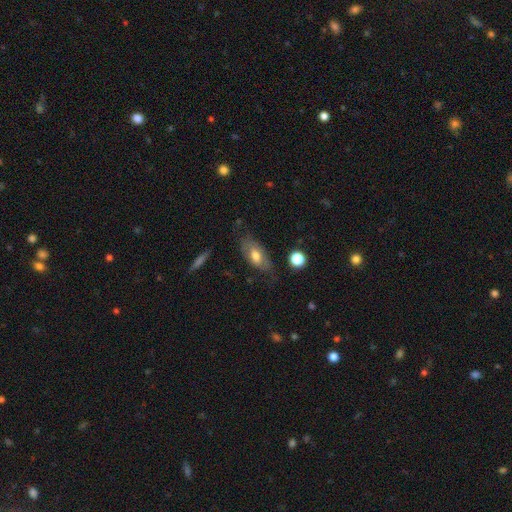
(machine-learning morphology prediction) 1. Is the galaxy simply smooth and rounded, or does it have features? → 62% smooth, 31% featured or disk, 7% star or artifact.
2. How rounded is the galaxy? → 87% in between, 8% cigar-shaped, 5% round.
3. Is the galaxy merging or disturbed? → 61% none, 26% minor disturbance, 10% major disturbance, 2% merger.